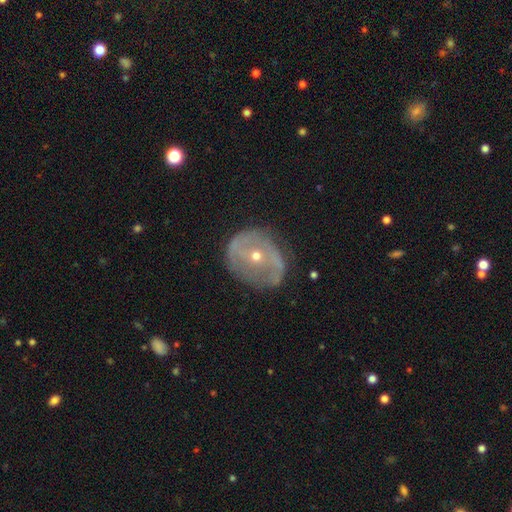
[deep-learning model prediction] Smooth or featured: featured or disk — 71% (smooth — 19%)
Edge-on disk: no — 95% (yes — 5%)
Bar: no — 54% (weak — 27%)
Spiral arms: yes — 59% (no — 41%)
Bulge size: small — 58% (moderate — 39%)
Merging: none — 60% (minor disturbance — 25%)